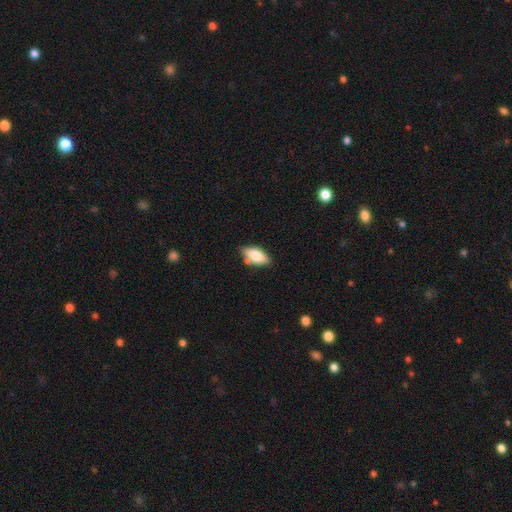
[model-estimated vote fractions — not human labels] The model was most divided on "merging": none: 73%, minor disturbance: 16%, merger: 7%, major disturbance: 3%. More confident: how rounded — in between (84%); smooth or featured — smooth (78%).